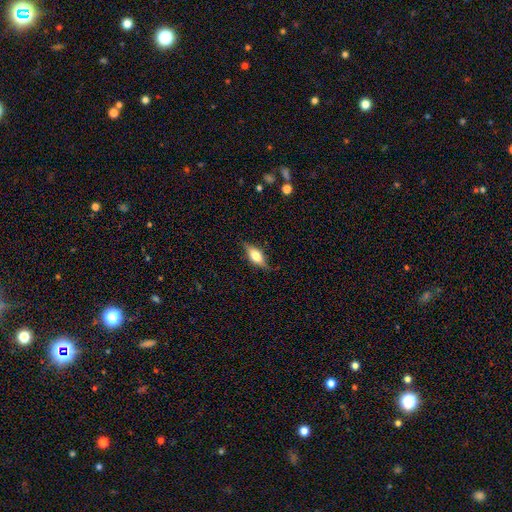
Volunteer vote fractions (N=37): smooth 62%, featured or disk 30%, star or artifact 8%. Down the decision tree: how rounded — in between (65%); merging — none (79%).